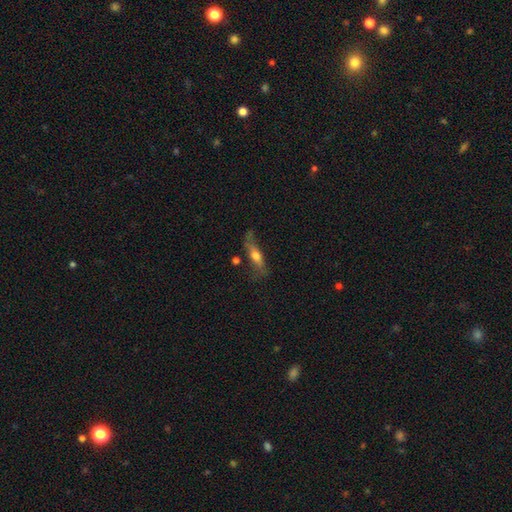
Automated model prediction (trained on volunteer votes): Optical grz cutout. It shows a smooth galaxy with no disk features (50%) that is cigar-shaped (63%). Merging: none (54%).